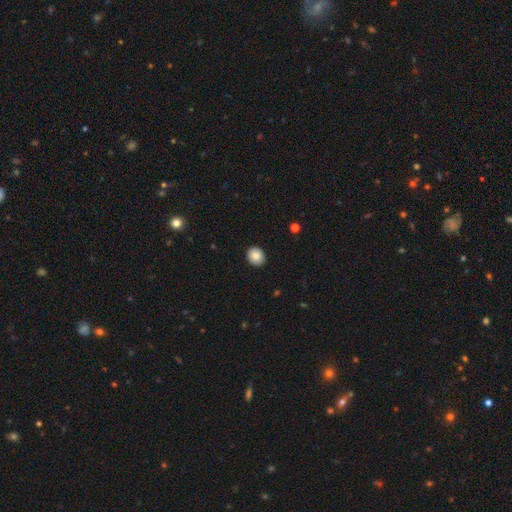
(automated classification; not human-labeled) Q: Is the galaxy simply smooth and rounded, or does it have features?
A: smooth — 85%.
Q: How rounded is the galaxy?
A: round — 64%.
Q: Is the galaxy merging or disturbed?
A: none — 91%.